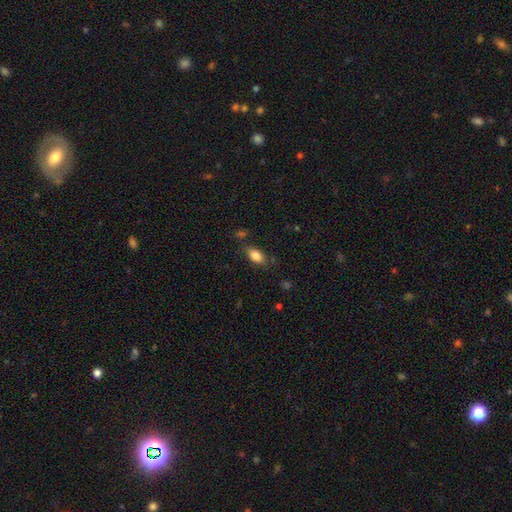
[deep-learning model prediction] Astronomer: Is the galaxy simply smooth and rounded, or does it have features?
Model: smooth — 84%.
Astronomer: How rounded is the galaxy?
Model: in between — 89%.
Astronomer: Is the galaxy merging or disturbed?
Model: none — 77%.